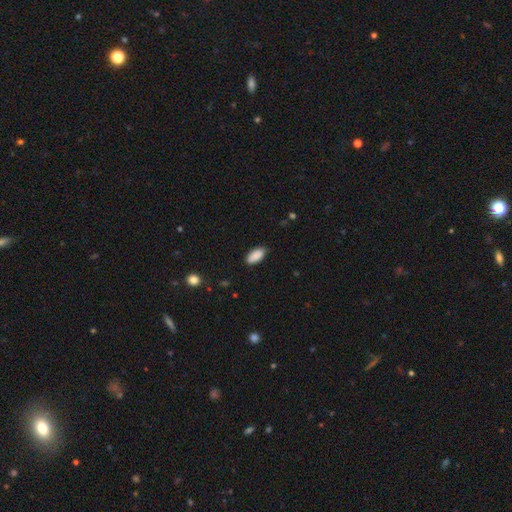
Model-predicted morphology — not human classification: Smooth or featured: smooth — 89% (star or artifact — 7%)
How rounded: in between — 90% (cigar-shaped — 8%)
Merging: none — 84% (minor disturbance — 13%)